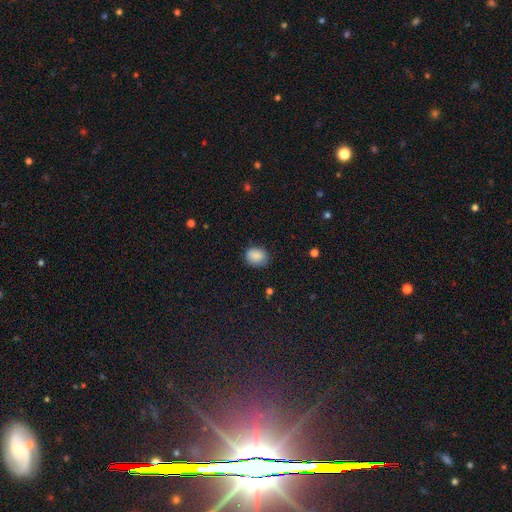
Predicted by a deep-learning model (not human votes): Smooth or featured: smooth — 86% (star or artifact — 9%)
How rounded: round — 53% (in between — 46%)
Merging: none — 77% (minor disturbance — 18%)